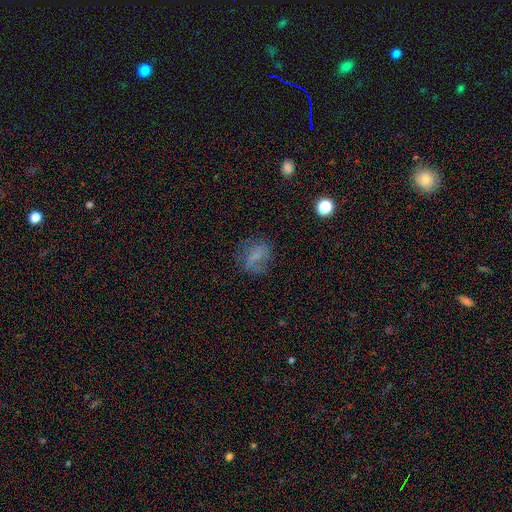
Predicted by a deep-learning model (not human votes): This appears to be a smooth galaxy with no disk features (49%). Merging: none (55%).